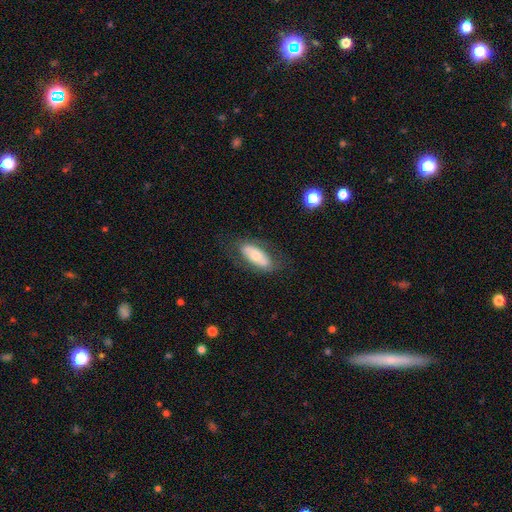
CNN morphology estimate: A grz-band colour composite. It shows a smooth galaxy with no disk features (56%) that is in between round and cigar-shaped (82%). Merging: none (73%).